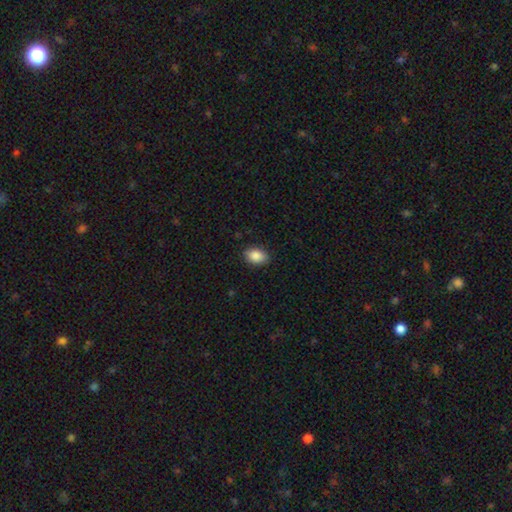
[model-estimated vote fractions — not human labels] This is clearly a smooth galaxy (88%). How rounded: clearly in between (85%). Merging: clearly none (87%).